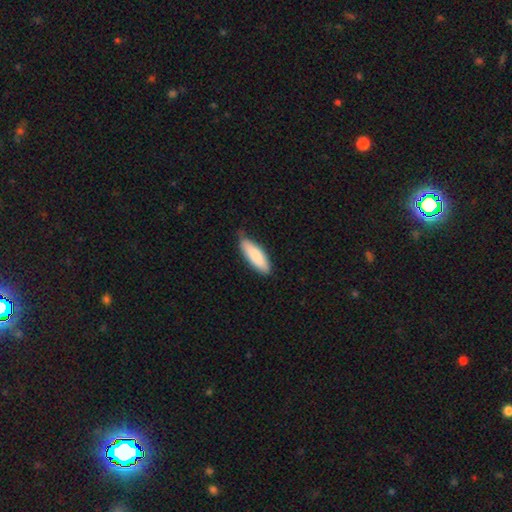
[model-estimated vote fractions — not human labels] Overall: smooth (86%). How rounded: in between (52%; cigar-shaped 46%). Merging: none (74%).